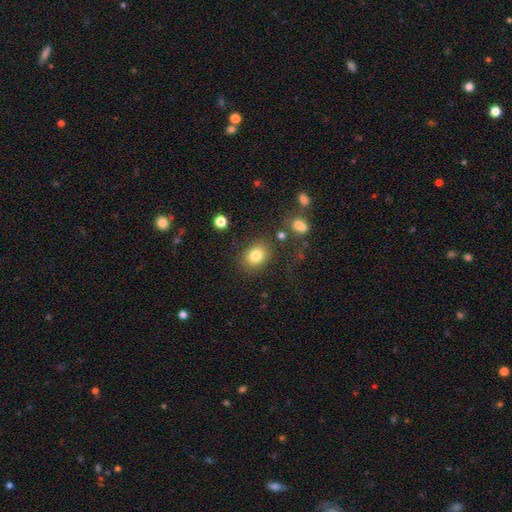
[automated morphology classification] type=smooth (82%); roundness=round (50%); merging=none (79%).